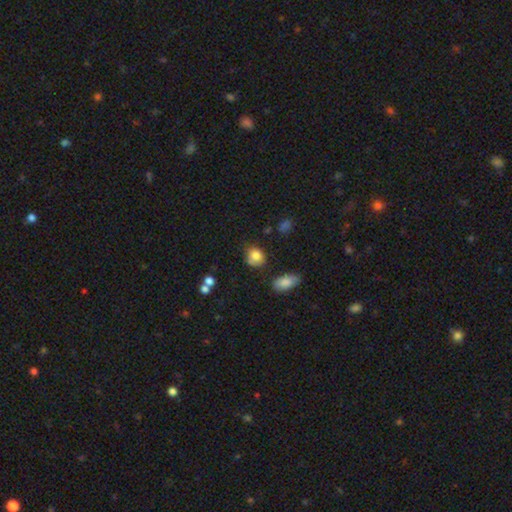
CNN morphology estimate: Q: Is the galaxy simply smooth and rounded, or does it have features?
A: smooth — 82%.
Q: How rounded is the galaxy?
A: round — 64%.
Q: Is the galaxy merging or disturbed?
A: none — 64%.